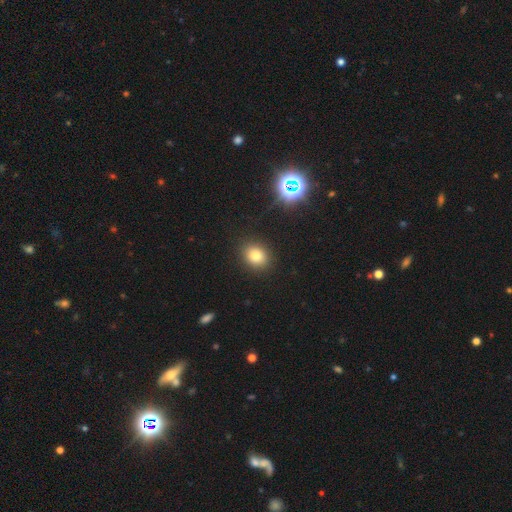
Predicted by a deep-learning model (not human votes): smooth_or_featured: smooth (p=0.78) [alt: star or artifact p=0.15]
how_rounded: round (p=0.57) [alt: in between p=0.42]
merging: none (p=0.89) [alt: minor disturbance p=0.07]